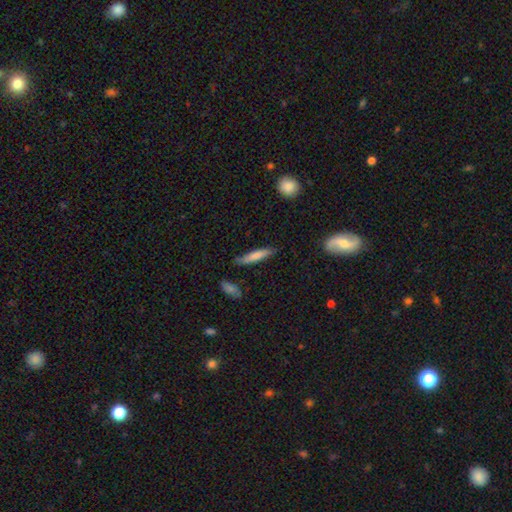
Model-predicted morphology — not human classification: smooth_or_featured: smooth (p=0.76) [alt: featured or disk p=0.18]
how_rounded: cigar-shaped (p=0.86) [alt: in between p=0.12]
merging: none (p=0.80) [alt: minor disturbance p=0.14]